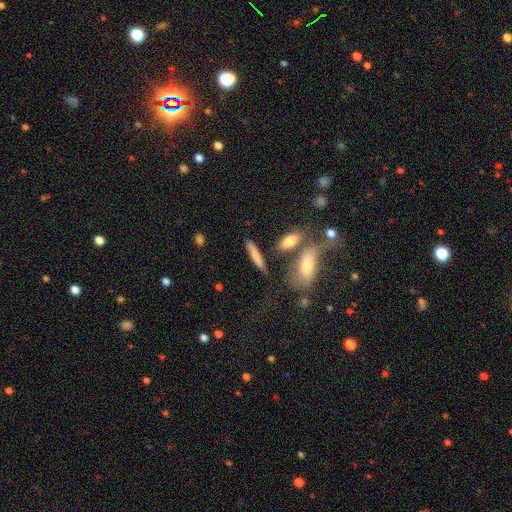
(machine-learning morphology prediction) Smooth or featured? smooth (74%)
How rounded? cigar-shaped (81%)
Merging? none (72%)